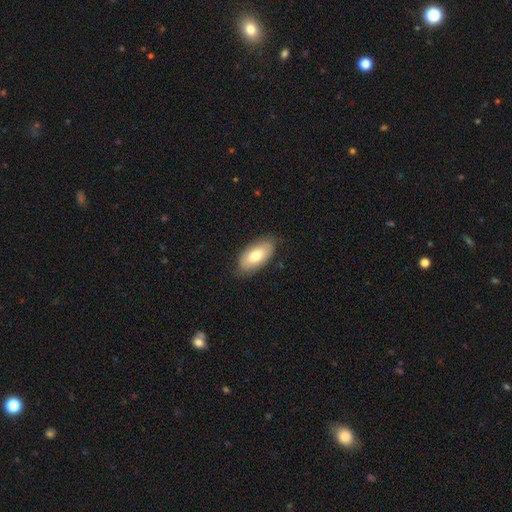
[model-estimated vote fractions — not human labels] Smooth or featured: smooth — 74% (featured or disk — 20%)
How rounded: in between — 94% (cigar-shaped — 4%)
Merging: none — 81% (minor disturbance — 15%)